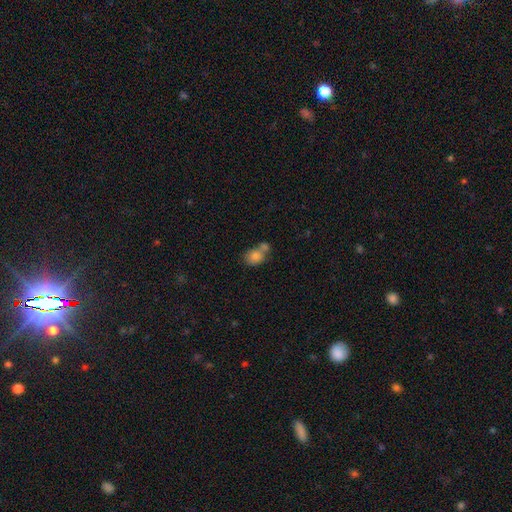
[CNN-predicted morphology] smooth-or-featured: smooth: 79% | featured or disk: 11% | star or artifact: 10%
  how-rounded: in between: 50% | round: 49% | cigar-shaped: 1%
  merging: merger: 48% | none: 37% | minor disturbance: 11% | major disturbance: 4%